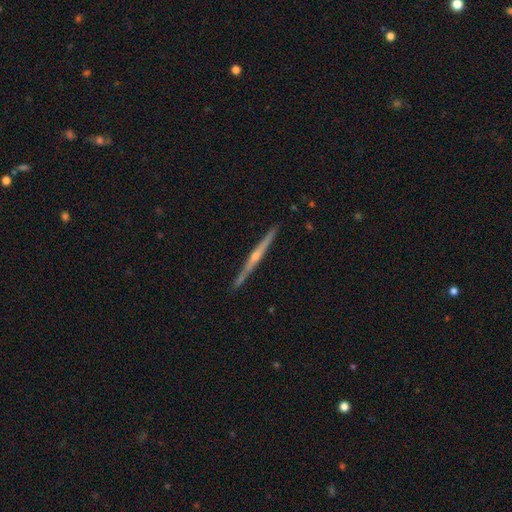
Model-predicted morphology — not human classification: smooth_or_featured: featured or disk (p=0.84) [alt: smooth p=0.11]
disk_edge_on: yes (p=0.98) [alt: no p=0.02]
edge_on_bulge: rounded (p=0.82) [alt: none p=0.13]
merging: none (p=0.91) [alt: minor disturbance p=0.06]